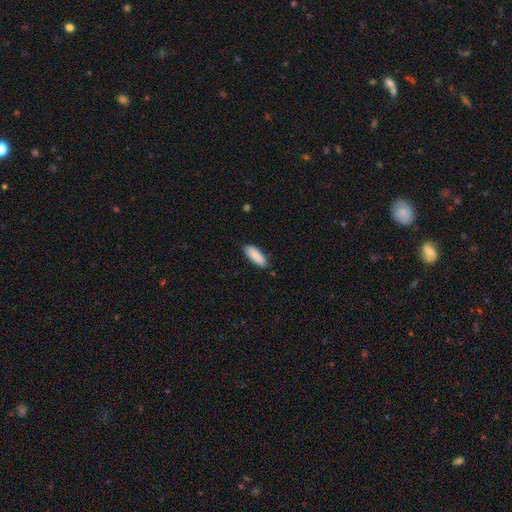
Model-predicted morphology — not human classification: smooth_or_featured: smooth (p=0.90) [alt: star or artifact p=0.06]
how_rounded: in between (p=0.72) [alt: cigar-shaped p=0.27]
merging: none (p=0.86) [alt: minor disturbance p=0.11]